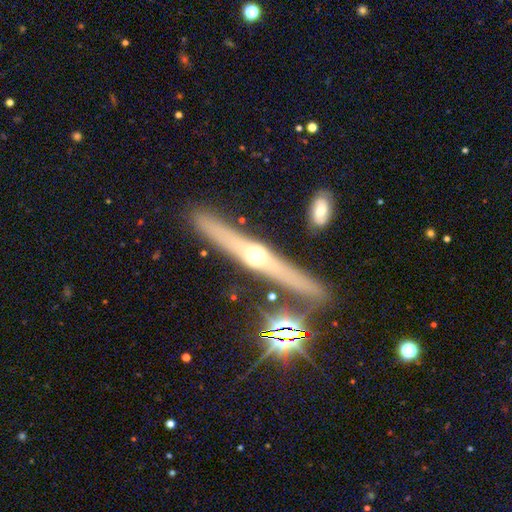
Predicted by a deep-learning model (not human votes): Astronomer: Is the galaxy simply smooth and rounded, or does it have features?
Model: featured or disk — 66%.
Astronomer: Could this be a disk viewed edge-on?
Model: yes — 95%.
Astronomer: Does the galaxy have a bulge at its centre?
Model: rounded — 92%.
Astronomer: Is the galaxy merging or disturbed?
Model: none — 88%.